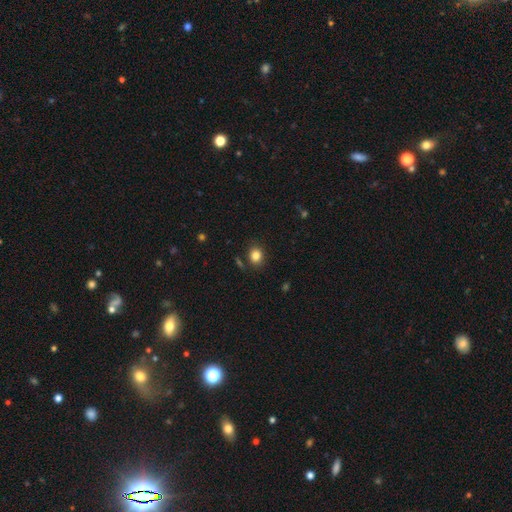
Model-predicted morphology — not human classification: A smooth galaxy with no disk features (84%) that is round (57%).

Vote fractions:
- Smooth or featured? smooth: 84% / star or artifact: 11% / featured or disk: 6%
- How rounded? round: 57% / in between: 42% / cigar-shaped: 1%
- Merging? none: 84% / minor disturbance: 10% / merger: 3% / major disturbance: 3%